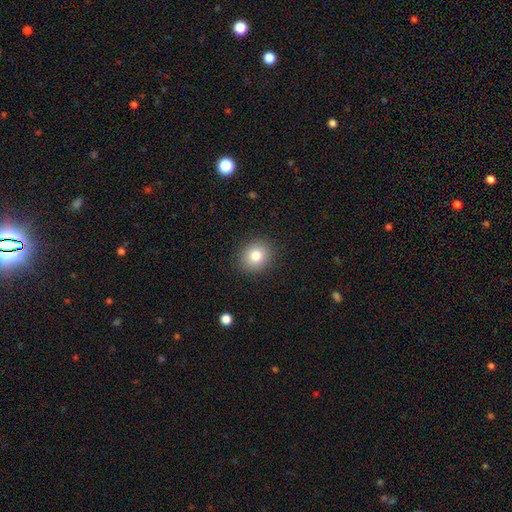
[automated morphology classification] smooth-or-featured: smooth: 82% | star or artifact: 10% | featured or disk: 8%
  how-rounded: round: 72% | in between: 28% | cigar-shaped: 1%
  merging: none: 89% | minor disturbance: 7% | major disturbance: 2% | merger: 1%